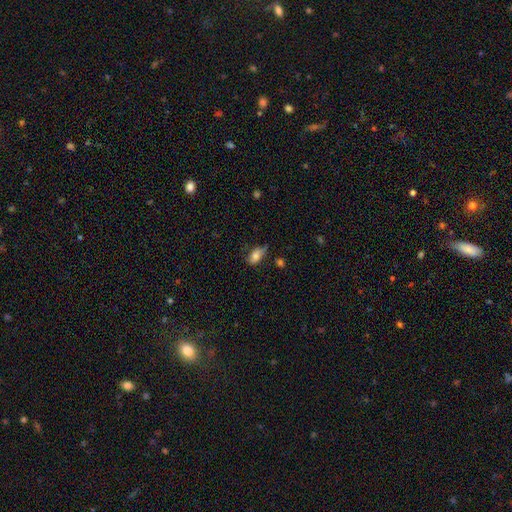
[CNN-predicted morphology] Smooth or featured? Predicted: smooth (p=0.74). How rounded? Predicted: in between (p=0.87). Merging? Predicted: none (p=0.45).